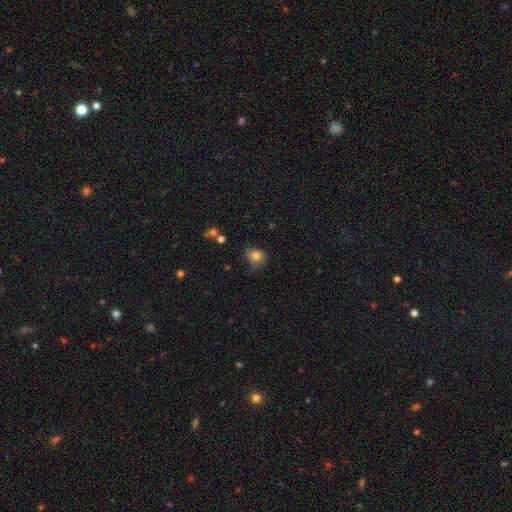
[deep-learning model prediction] Smooth or featured? Predicted: smooth (p=0.78). How rounded? Predicted: round (p=0.64). Merging? Predicted: none (p=0.53).